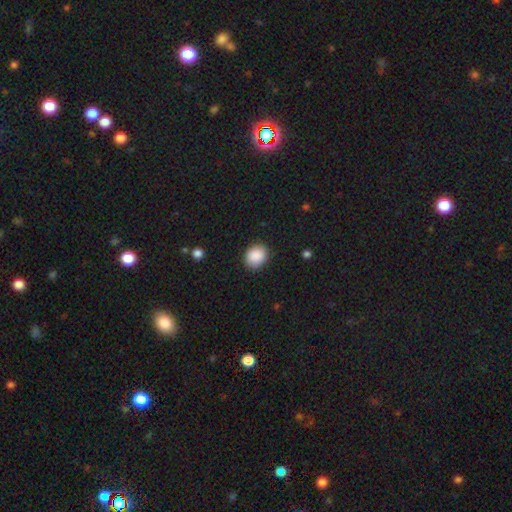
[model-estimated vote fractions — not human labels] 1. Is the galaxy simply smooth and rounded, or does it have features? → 89% smooth, 8% star or artifact, 3% featured or disk.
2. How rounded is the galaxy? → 56% round, 43% in between, 1% cigar-shaped.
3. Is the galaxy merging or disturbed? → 87% none, 10% minor disturbance, 2% major disturbance, 1% merger.